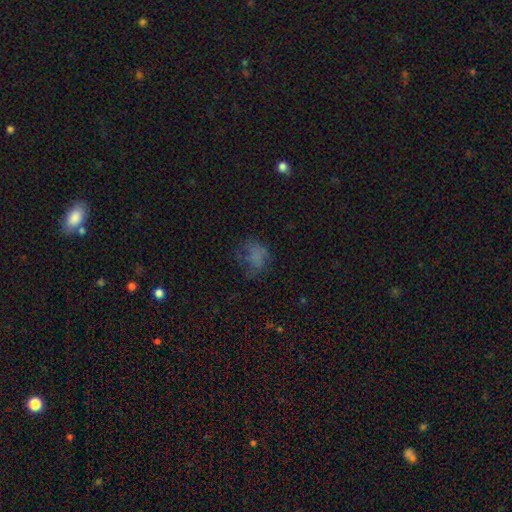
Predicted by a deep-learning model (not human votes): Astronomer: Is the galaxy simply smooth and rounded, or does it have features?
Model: smooth — 58%.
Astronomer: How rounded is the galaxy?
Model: round — 53% (runner-up: in between, 46%).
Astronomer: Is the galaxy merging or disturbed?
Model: none — 48% (runner-up: major disturbance, 27%).